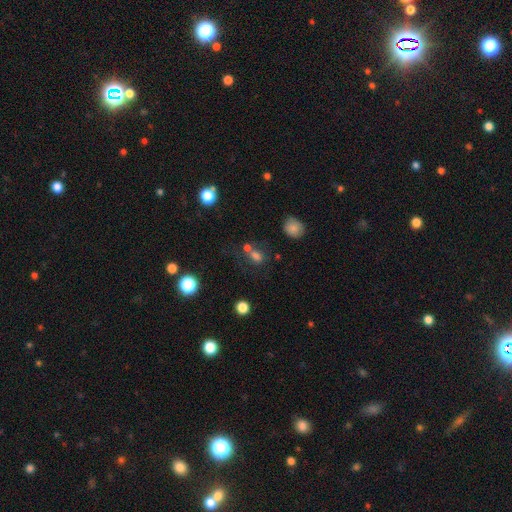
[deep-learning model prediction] Smooth or featured? Predicted: smooth (p=0.70). How rounded? Predicted: in between (p=0.53). Merging? Predicted: none (p=0.46).